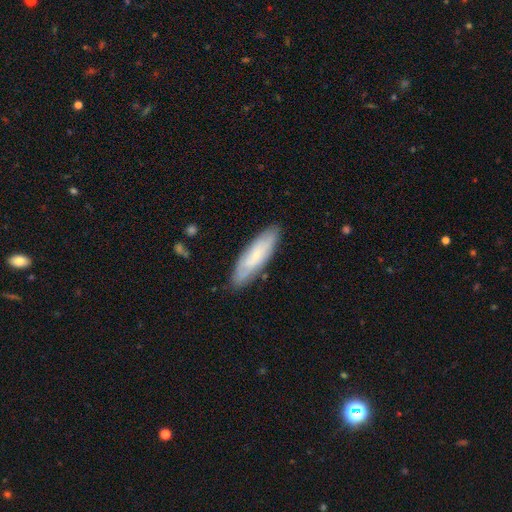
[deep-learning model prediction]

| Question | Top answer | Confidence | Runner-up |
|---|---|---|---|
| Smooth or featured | smooth | 61% | featured or disk (32%) |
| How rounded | cigar-shaped | 57% | in between (42%) |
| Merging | none | 82% | minor disturbance (14%) |